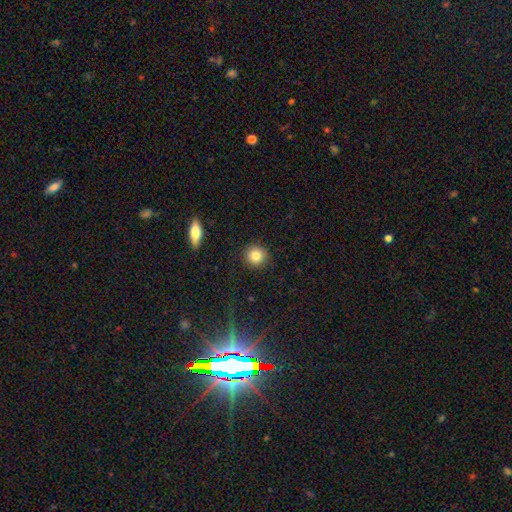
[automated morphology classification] Q: Smooth or featured?
A: smooth (85%); runner-up: star or artifact (9%)
Q: How rounded?
A: round (92%); runner-up: in between (6%)
Q: Merging?
A: none (91%); runner-up: minor disturbance (6%)